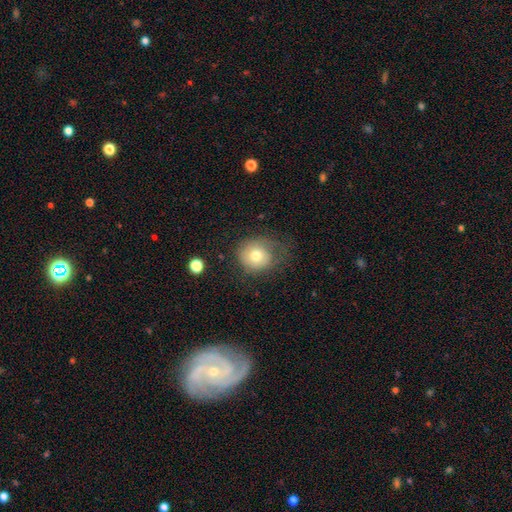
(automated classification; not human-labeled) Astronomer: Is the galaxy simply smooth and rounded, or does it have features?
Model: smooth — 72%.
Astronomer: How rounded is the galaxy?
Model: round — 80%.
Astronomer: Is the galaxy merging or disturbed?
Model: none — 52%.